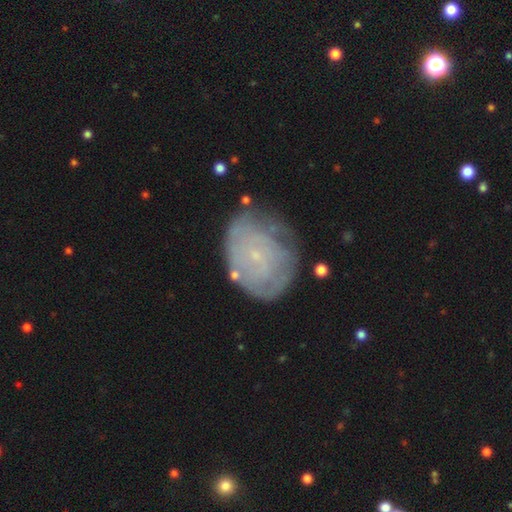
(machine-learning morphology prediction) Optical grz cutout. It shows a featured or disk galaxy (64%) with no bar (80%), spiral arms (70%) and a small central bulge (85%). Merging: none (65%).